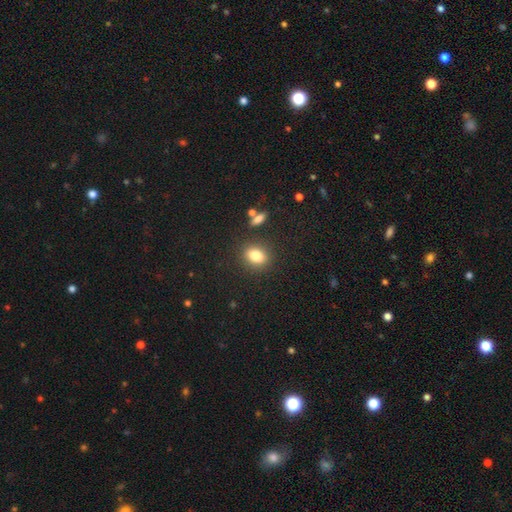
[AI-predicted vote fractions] Smooth or featured: smooth — 82% (star or artifact — 11%)
How rounded: in between — 62% (round — 35%)
Merging: none — 85% (minor disturbance — 9%)